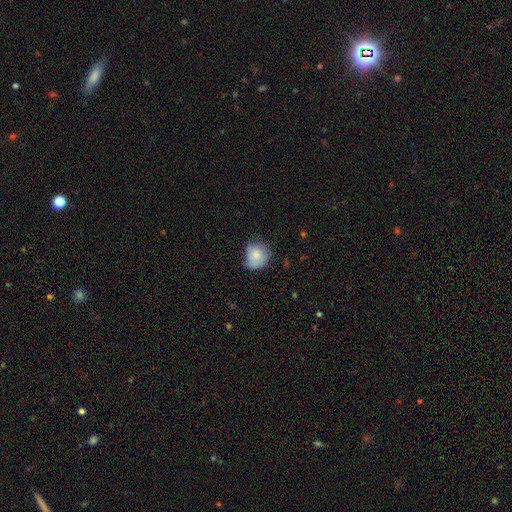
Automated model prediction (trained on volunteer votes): This appears to be a smooth galaxy with no disk features (75%) that is round (77%). Merging: none (54%).